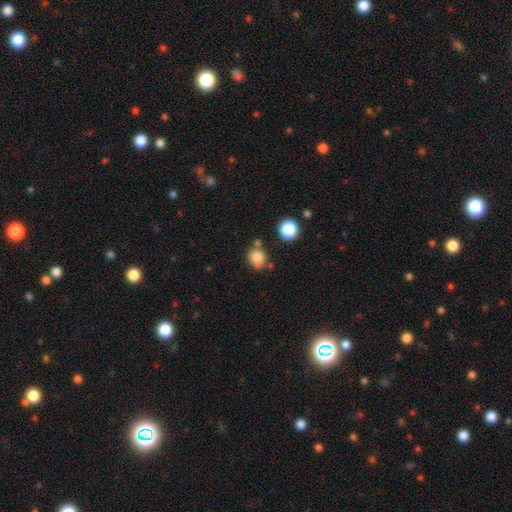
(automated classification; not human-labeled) Smooth or featured: smooth — 83% (star or artifact — 11%)
How rounded: round — 75% (in between — 24%)
Merging: none — 63% (minor disturbance — 18%)